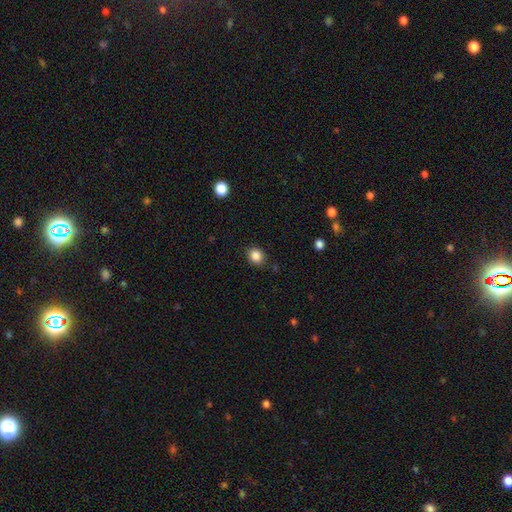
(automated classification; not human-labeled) A smooth galaxy with no disk features (85%) that is round (70%). Merging: none (87%).